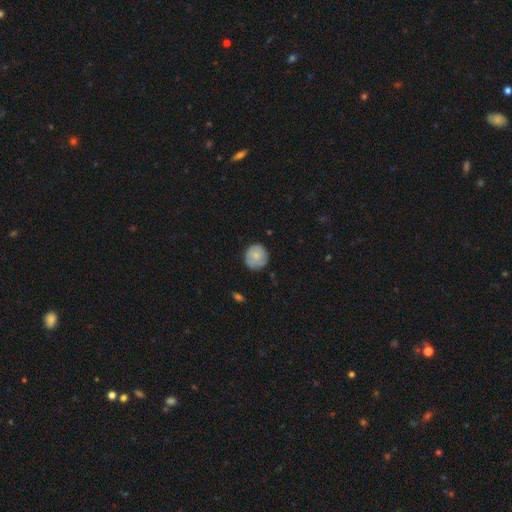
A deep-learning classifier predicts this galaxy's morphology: smooth_or_featured: smooth (p=0.70) [alt: featured or disk p=0.23]
how_rounded: round (p=0.88) [alt: in between p=0.11]
merging: none (p=0.74) [alt: minor disturbance p=0.21]